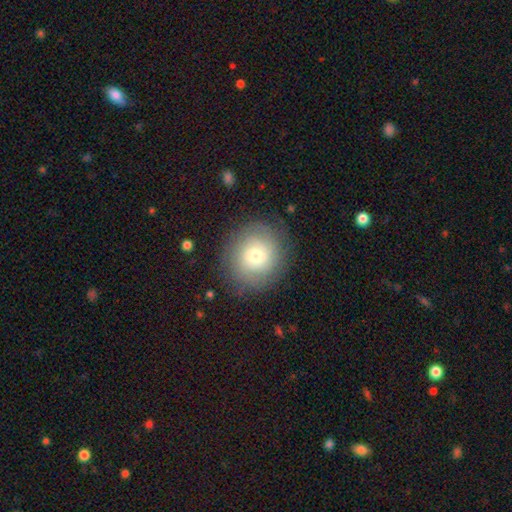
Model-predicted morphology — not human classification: A smooth galaxy with no disk features (54%) that is round (86%). Merging: none (83%).